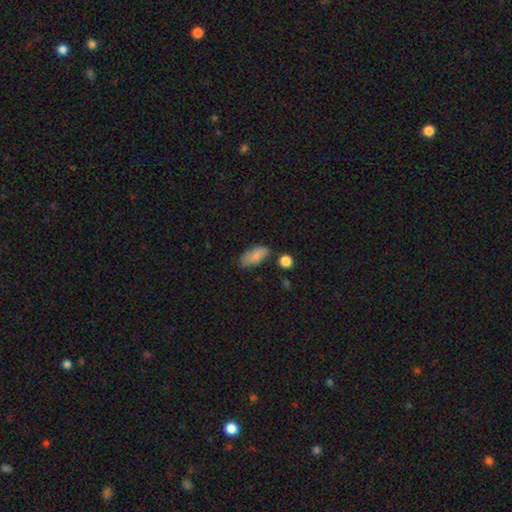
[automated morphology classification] type=smooth (84%); roundness=in between (88%); merging=none (66%).